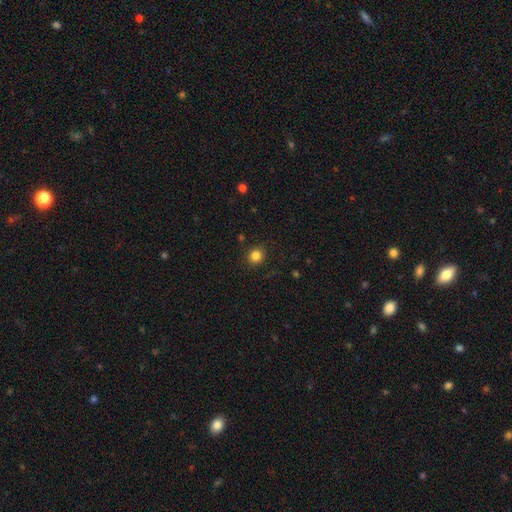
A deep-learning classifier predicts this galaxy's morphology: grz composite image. It shows a smooth galaxy with no disk features (84%) that is round (84%). Merging: none (90%).